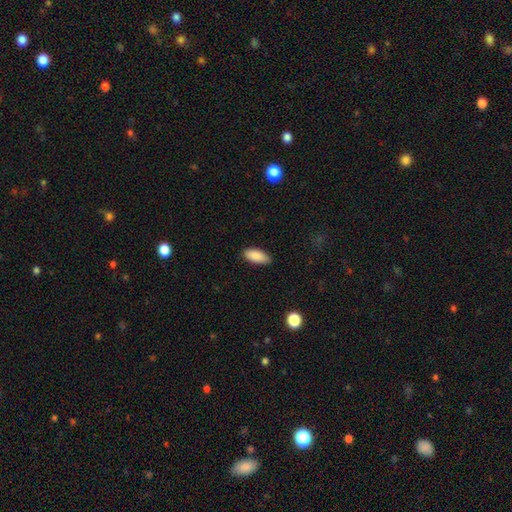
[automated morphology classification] smooth_or_featured: smooth (p=0.89) [alt: star or artifact p=0.07]
how_rounded: in between (p=0.88) [alt: cigar-shaped p=0.10]
merging: none (p=0.82) [alt: minor disturbance p=0.14]